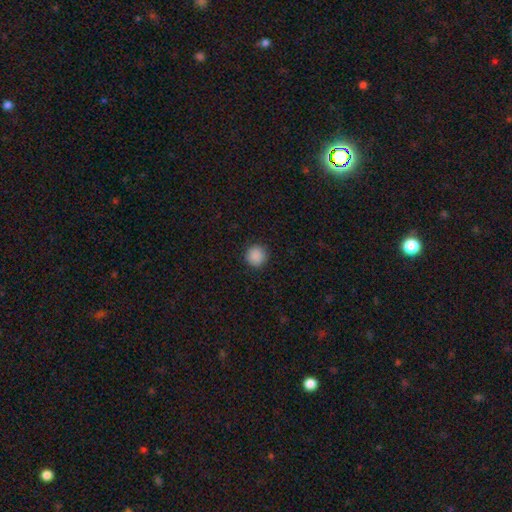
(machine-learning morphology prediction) smooth 88%, star or artifact 9%, featured or disk 3%. Down the decision tree: how rounded — round (95%); merging — none (91%).